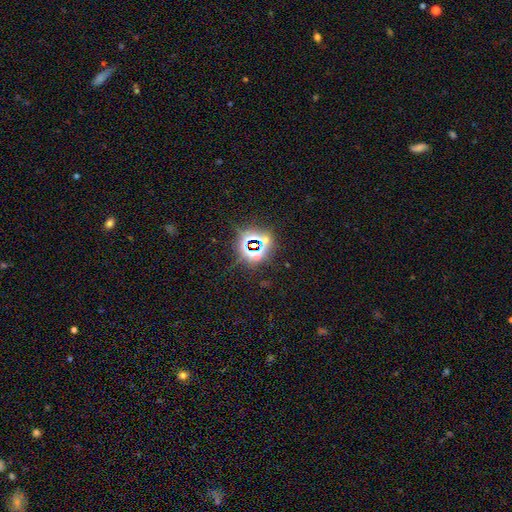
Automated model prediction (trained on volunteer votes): Overall: star or artifact (81%).